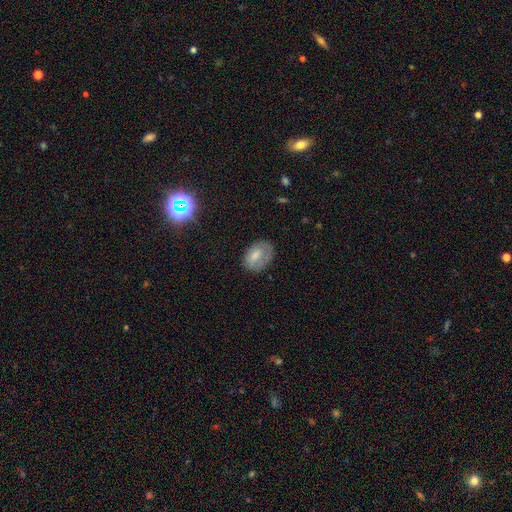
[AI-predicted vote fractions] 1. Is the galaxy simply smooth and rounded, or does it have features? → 68% smooth, 22% featured or disk, 10% star or artifact.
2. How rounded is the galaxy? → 81% in between, 18% round, 1% cigar-shaped.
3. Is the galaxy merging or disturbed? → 65% none, 24% minor disturbance, 10% major disturbance, 1% merger.